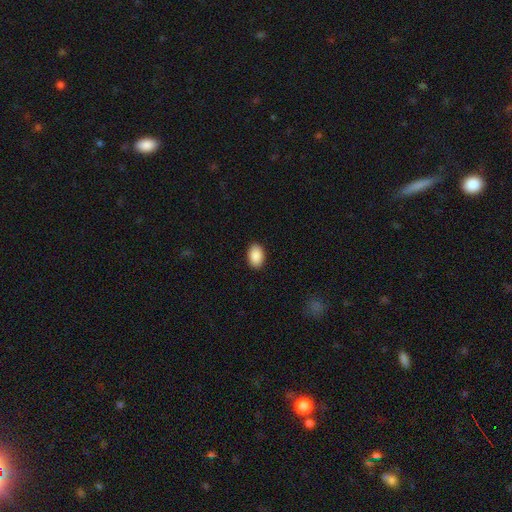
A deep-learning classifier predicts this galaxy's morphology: This is clearly a smooth galaxy (90%). How rounded: clearly in between (89%). Merging: clearly none (90%).